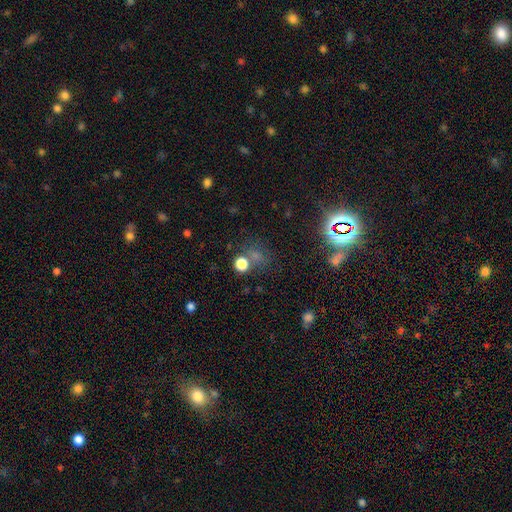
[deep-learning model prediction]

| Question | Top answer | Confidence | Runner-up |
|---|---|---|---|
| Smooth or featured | smooth | 49% | star or artifact (42%) |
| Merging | none | 65% | merger (15%) |